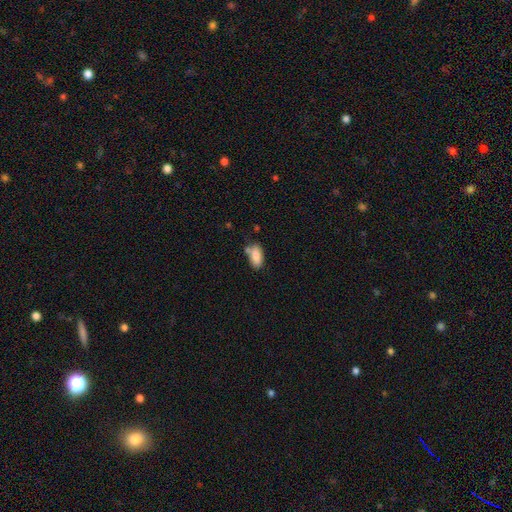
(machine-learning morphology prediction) Q: Smooth or featured?
A: smooth (84%); runner-up: featured or disk (8%)
Q: How rounded?
A: in between (91%); runner-up: cigar-shaped (5%)
Q: Merging?
A: none (60%); runner-up: minor disturbance (20%)